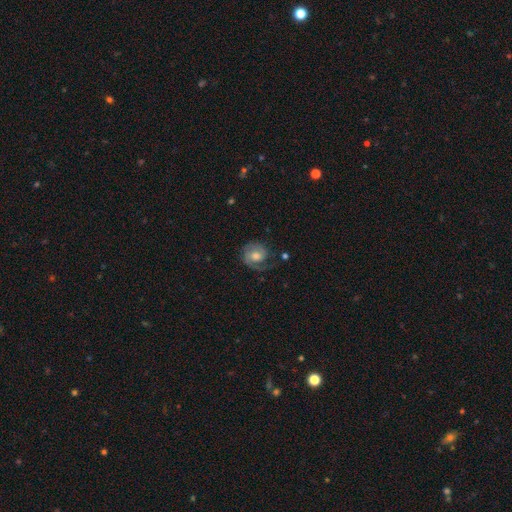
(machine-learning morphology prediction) type=featured or disk (75%); edge-on=no (98%); bar=no (56%); spiral arms=yes (94%); winding=tight (46%); arm count=2 (61%); bulge=moderate (65%); merging=none (67%).